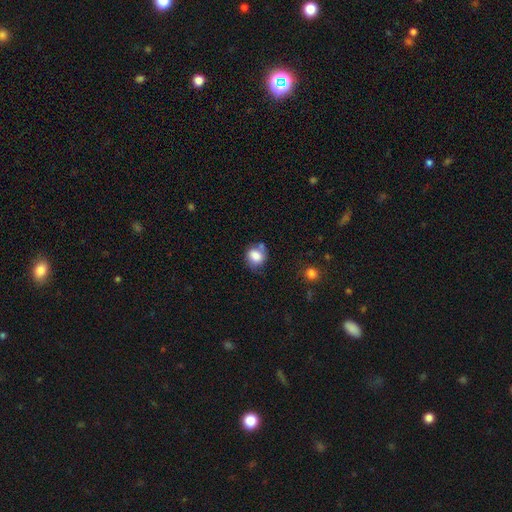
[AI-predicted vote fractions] Smooth or featured? Predicted: smooth (p=0.80). How rounded? Predicted: round (p=0.72). Merging? Predicted: none (p=0.54).